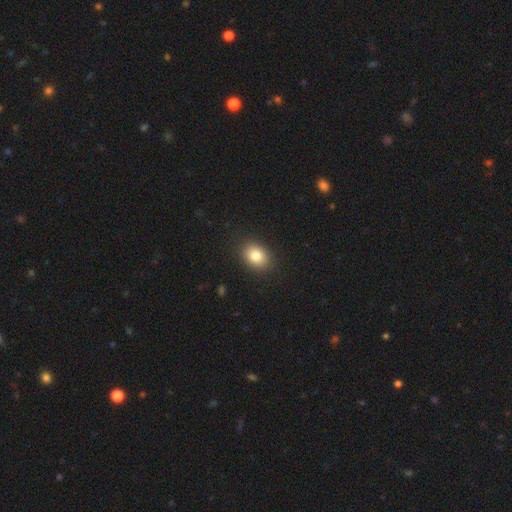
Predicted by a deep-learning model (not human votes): Overall: smooth (83%). How rounded: in between (67%; round 32%). Merging: none (89%).